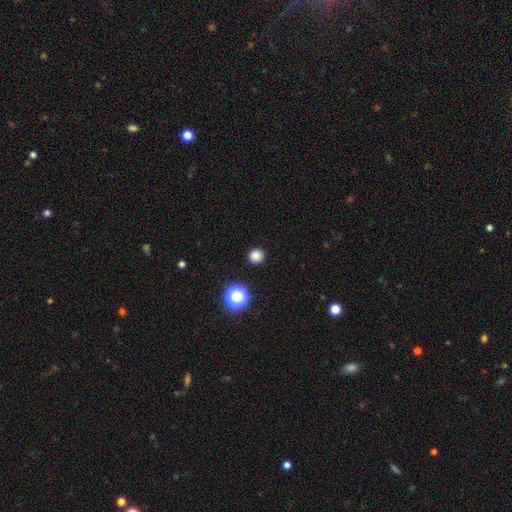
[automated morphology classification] type=smooth (82%); roundness=round (92%); merging=none (92%).